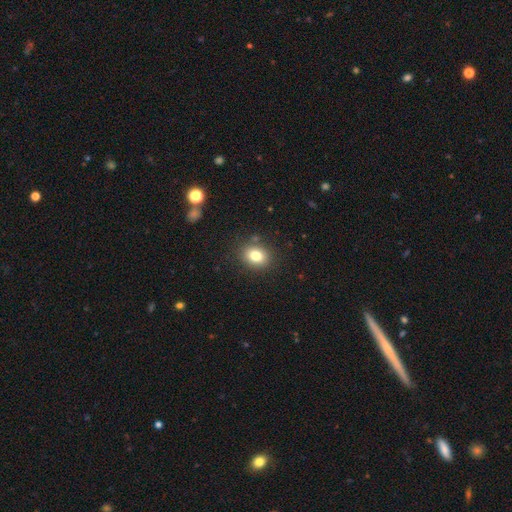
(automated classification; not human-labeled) smooth-or-featured: smooth: 81% | star or artifact: 11% | featured or disk: 8%
  how-rounded: round: 51% | in between: 48% | cigar-shaped: 1%
  merging: none: 85% | minor disturbance: 9% | major disturbance: 3% | merger: 3%